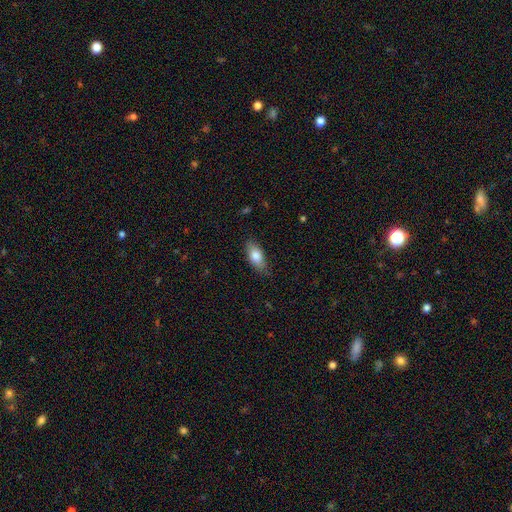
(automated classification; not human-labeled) smooth 80%, featured or disk 14%, star or artifact 6%. Down the decision tree: how rounded — in between (86%); merging — none (80%).